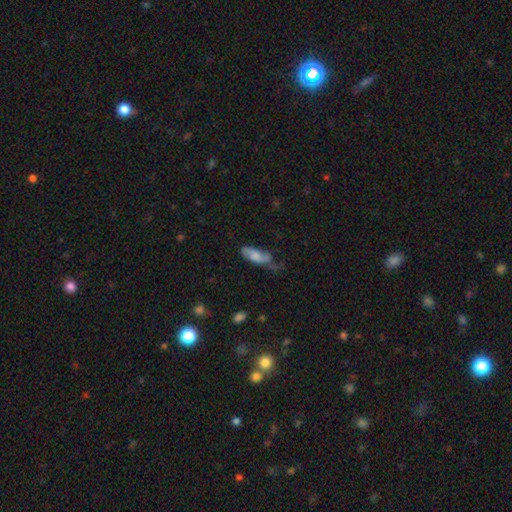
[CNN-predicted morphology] smooth_or_featured: smooth (p=0.61) [alt: featured or disk p=0.32]
how_rounded: in between (p=0.73) [alt: cigar-shaped p=0.24]
merging: minor disturbance (p=0.35) [alt: none p=0.32]